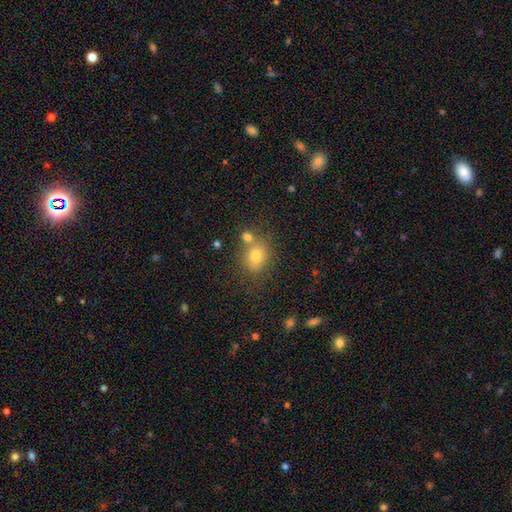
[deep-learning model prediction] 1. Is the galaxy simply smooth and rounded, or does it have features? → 74% smooth, 15% star or artifact, 11% featured or disk.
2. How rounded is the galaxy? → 53% round, 46% in between, 1% cigar-shaped.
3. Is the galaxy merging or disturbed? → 65% none, 18% merger, 13% minor disturbance, 4% major disturbance.